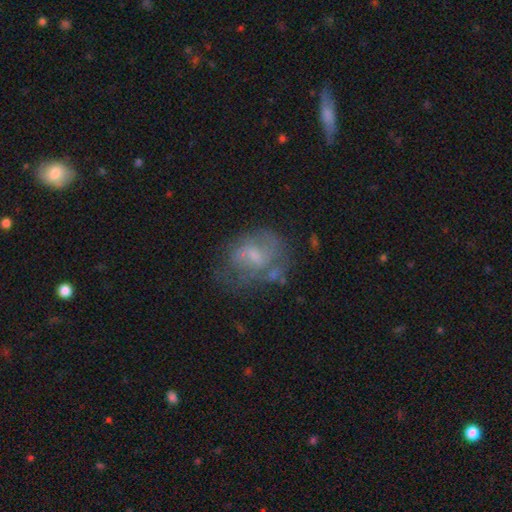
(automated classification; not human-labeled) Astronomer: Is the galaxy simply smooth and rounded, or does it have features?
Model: featured or disk — 54% (runner-up: smooth, 36%).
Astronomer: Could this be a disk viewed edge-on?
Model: no — 97%.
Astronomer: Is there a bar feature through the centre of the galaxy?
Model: no — 52% (runner-up: weak, 41%).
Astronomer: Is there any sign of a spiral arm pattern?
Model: no — 50%, tied with yes at 50%.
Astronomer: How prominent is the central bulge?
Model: small — 50% (runner-up: moderate, 33%).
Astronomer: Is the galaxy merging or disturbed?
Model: none — 46% (runner-up: minor disturbance, 25%).